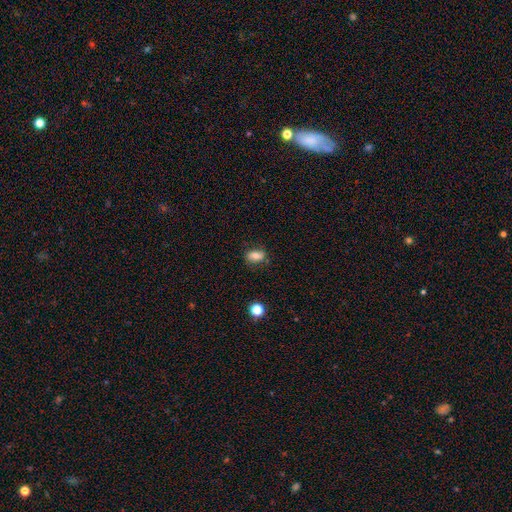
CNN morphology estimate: The model was most divided on "smooth or featured": smooth: 73%, featured or disk: 16%, star or artifact: 11%. More confident: how rounded — in between (79%); merging — none (77%).